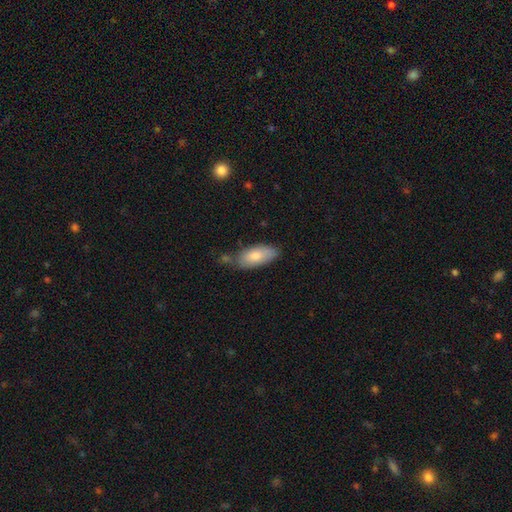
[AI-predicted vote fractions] Q: Smooth or featured?
A: smooth (80%); runner-up: featured or disk (14%)
Q: How rounded?
A: in between (88%); runner-up: cigar-shaped (10%)
Q: Merging?
A: none (65%); runner-up: minor disturbance (22%)